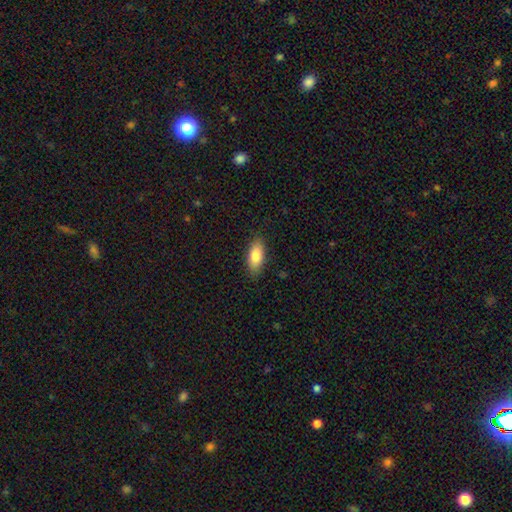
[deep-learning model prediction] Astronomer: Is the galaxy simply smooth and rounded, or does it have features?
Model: smooth — 83%.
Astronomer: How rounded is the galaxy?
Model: in between — 86%.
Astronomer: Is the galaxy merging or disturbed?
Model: none — 86%.